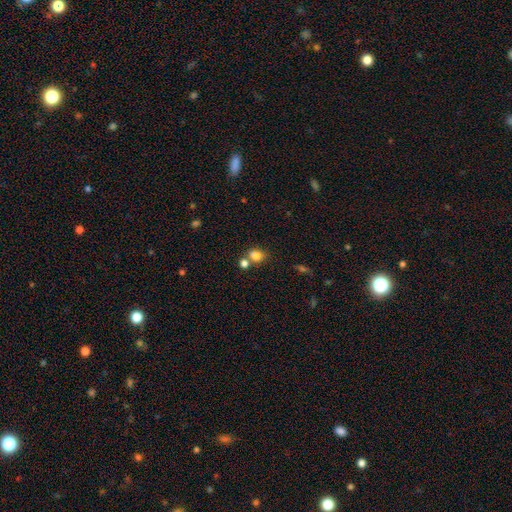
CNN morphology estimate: smooth_or_featured: smooth (p=0.81) [alt: star or artifact p=0.12]
how_rounded: in between (p=0.63) [alt: round p=0.36]
merging: none (p=0.49) [alt: merger p=0.32]